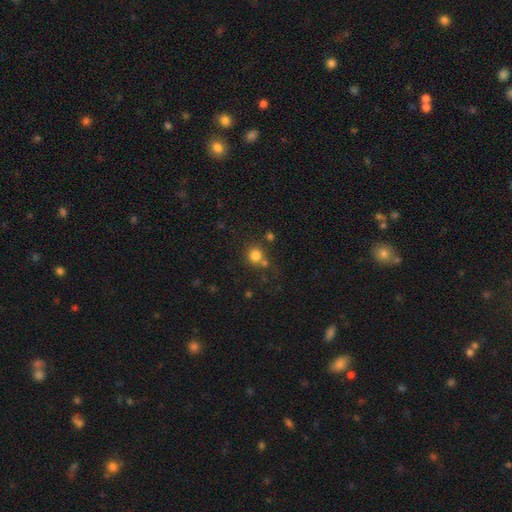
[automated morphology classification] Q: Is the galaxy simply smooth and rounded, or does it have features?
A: smooth — 80%.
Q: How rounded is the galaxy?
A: round — 89%.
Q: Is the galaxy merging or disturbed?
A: none — 63%.